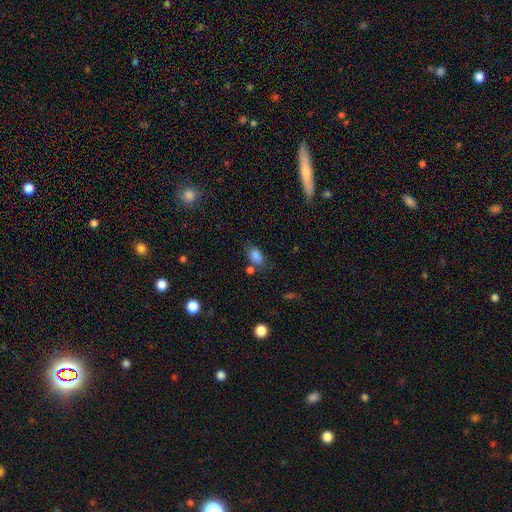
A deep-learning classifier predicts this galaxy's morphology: Smooth or featured: smooth — 84% (star or artifact — 10%)
How rounded: in between — 88% (round — 9%)
Merging: none — 64% (minor disturbance — 19%)